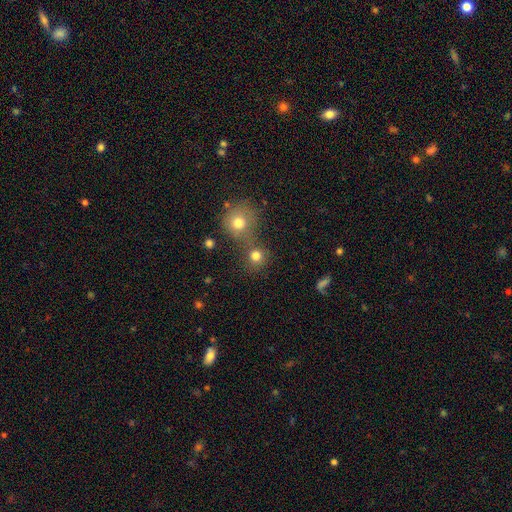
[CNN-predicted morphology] Smooth or featured?
  - smooth: 79% *
  - star or artifact: 13%
  - featured or disk: 8%
How rounded?
  - round: 89% *
  - in between: 10%
  - cigar-shaped: 1%
Merging?
  - none: 57% *
  - merger: 32%
  - minor disturbance: 8%
  - major disturbance: 4%